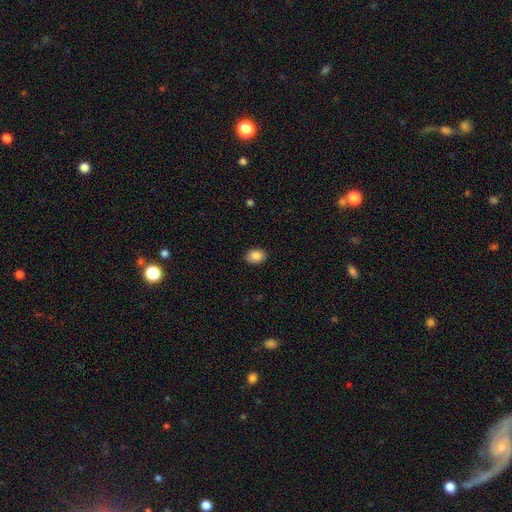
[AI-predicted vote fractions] This is clearly a smooth galaxy (87%). How rounded: likely in between (72%). Merging: clearly none (88%).